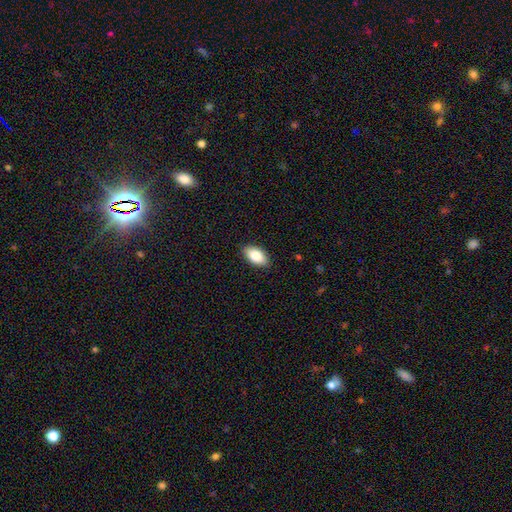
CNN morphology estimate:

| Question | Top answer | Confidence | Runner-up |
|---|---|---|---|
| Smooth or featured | smooth | 85% | featured or disk (8%) |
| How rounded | in between | 94% | round (3%) |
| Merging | none | 88% | minor disturbance (10%) |